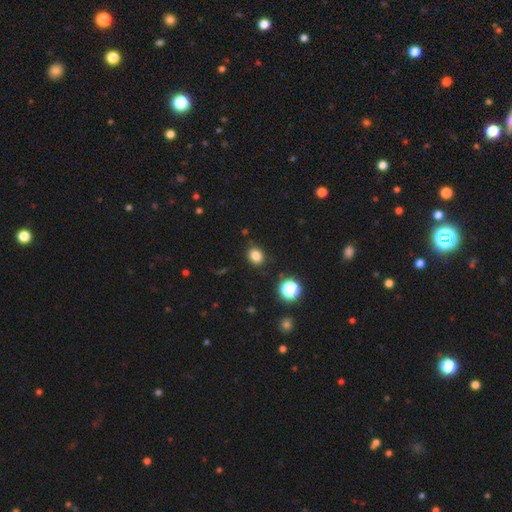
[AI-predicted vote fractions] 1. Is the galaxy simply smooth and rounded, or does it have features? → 82% smooth, 13% star or artifact, 4% featured or disk.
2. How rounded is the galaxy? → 55% round, 44% in between, 1% cigar-shaped.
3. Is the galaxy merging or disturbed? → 86% none, 9% minor disturbance, 3% major disturbance, 2% merger.